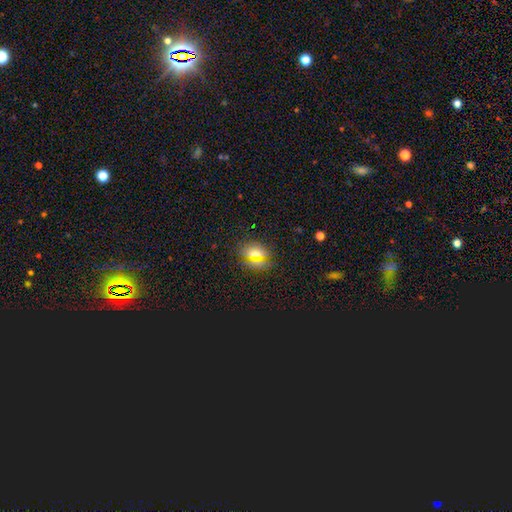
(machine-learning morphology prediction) This is likely a smooth galaxy (67%). How rounded: possibly in between (50%). Merging: clearly none (83%).